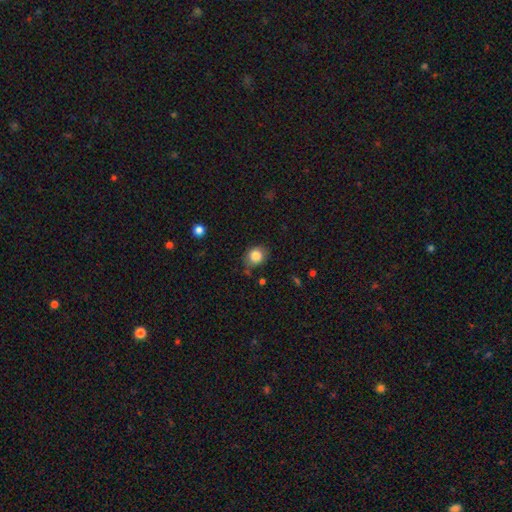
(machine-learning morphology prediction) The model was most divided on "how rounded": round: 68%, in between: 32%, cigar-shaped: 1%. More confident: smooth or featured — smooth (84%); merging — none (76%).